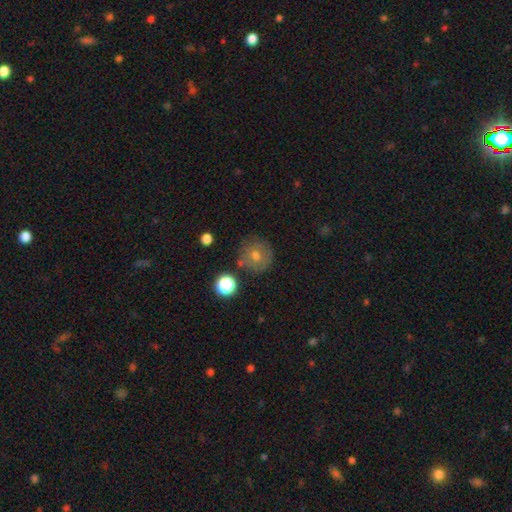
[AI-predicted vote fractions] A smooth galaxy with no disk features (63%) that is round (94%). Merging: none (81%).